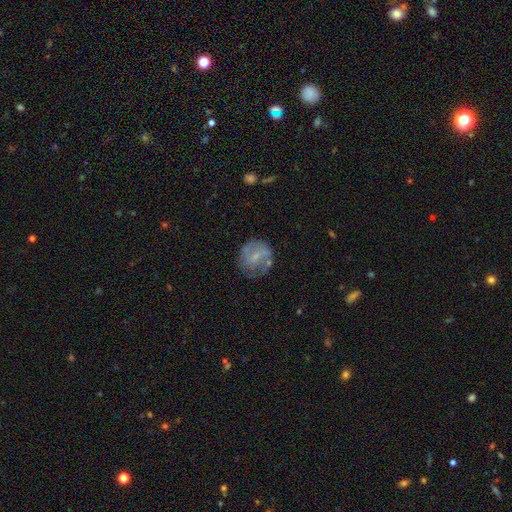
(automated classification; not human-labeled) Smooth or featured? Predicted: featured or disk (p=0.57). Edge-on disk? Predicted: no (p=0.97). Bar? Predicted: weak (p=0.46). Spiral arms? Predicted: yes (p=0.63). Bulge size? Predicted: small (p=0.63). Merging? Predicted: none (p=0.59).